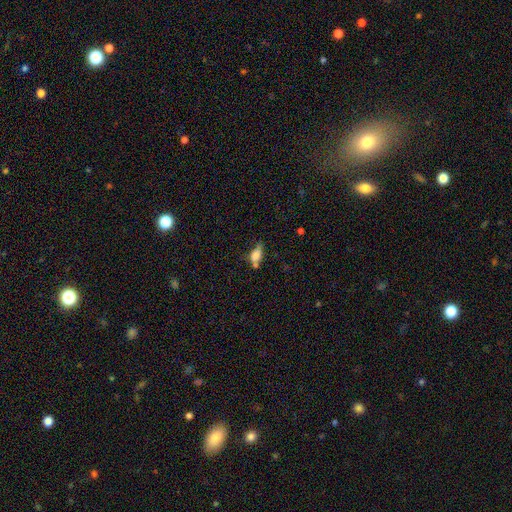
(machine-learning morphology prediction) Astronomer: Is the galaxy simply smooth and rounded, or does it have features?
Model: smooth — 76%.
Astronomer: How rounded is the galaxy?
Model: in between — 82%.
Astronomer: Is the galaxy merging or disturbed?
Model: none — 36% (runner-up: minor disturbance, 28%).